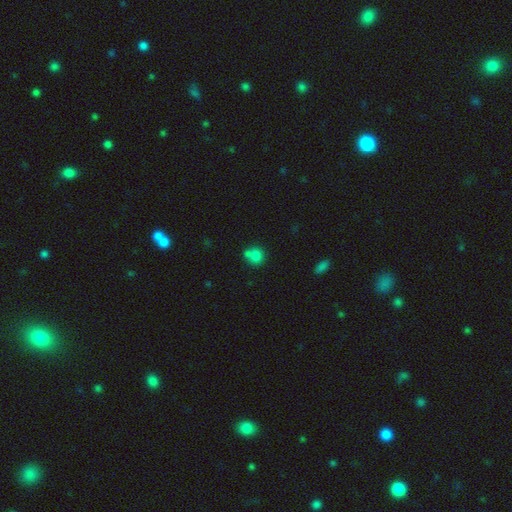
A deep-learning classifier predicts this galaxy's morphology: type=smooth (80%); roundness=round (82%); merging=none (51%).